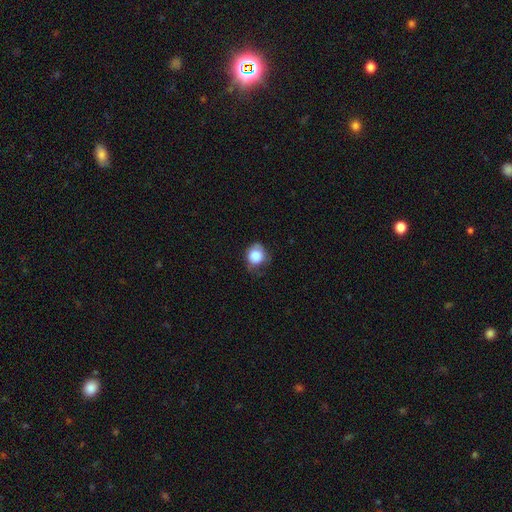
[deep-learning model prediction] A smooth galaxy with no disk features (84%) that is round (76%). Merging: none (56%).